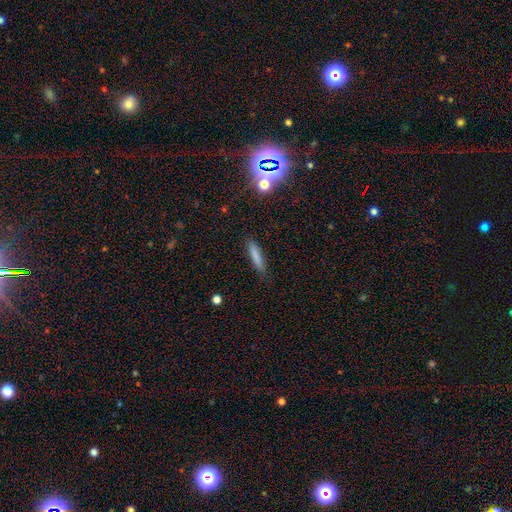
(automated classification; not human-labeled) Smooth or featured? Predicted: smooth (p=0.81). How rounded? Predicted: cigar-shaped (p=0.82). Merging? Predicted: none (p=0.84).